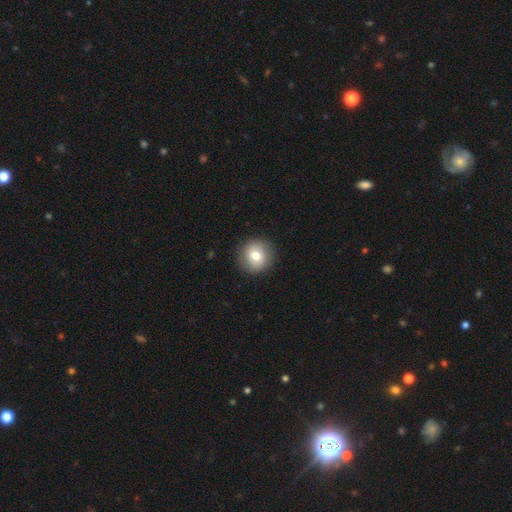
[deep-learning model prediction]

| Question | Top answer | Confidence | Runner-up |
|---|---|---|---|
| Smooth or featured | smooth | 77% | featured or disk (14%) |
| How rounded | round | 93% | in between (6%) |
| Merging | none | 91% | minor disturbance (6%) |